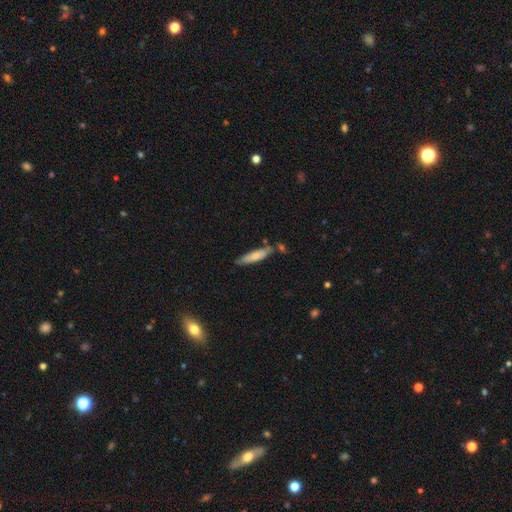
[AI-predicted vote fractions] The model was most divided on "merging": none: 66%, minor disturbance: 18%, merger: 11%, major disturbance: 4%. More confident: how rounded — cigar-shaped (79%); smooth or featured — smooth (71%).